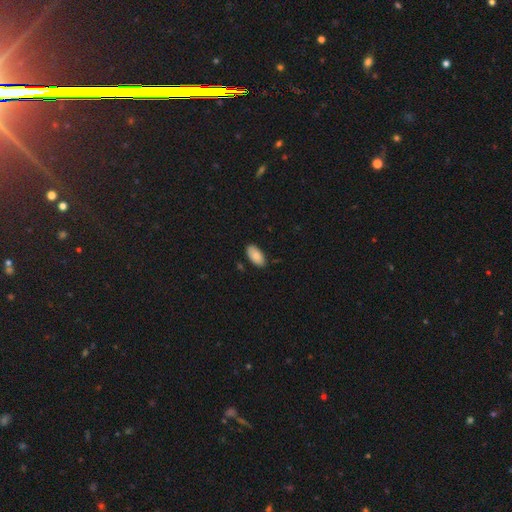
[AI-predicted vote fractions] smooth 85%, featured or disk 8%, star or artifact 7%. Down the decision tree: how rounded — in between (95%); merging — none (84%).